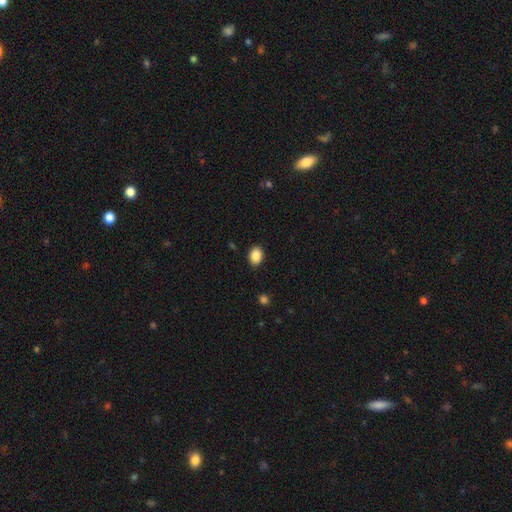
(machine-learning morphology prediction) smooth-or-featured: smooth: 87% | star or artifact: 8% | featured or disk: 4%
  how-rounded: in between: 72% | round: 27% | cigar-shaped: 1%
  merging: none: 88% | minor disturbance: 9% | major disturbance: 2% | merger: 1%